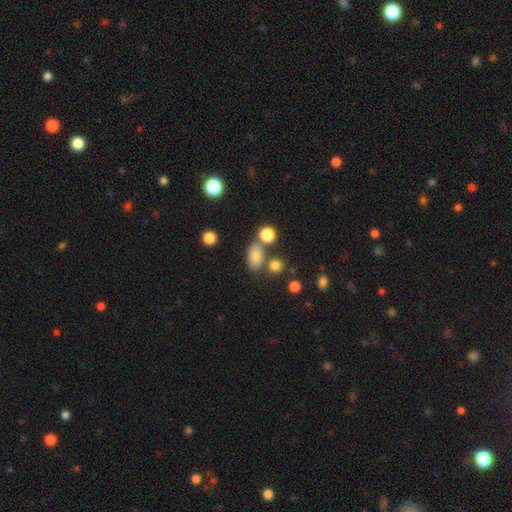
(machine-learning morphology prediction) Q: Smooth or featured?
A: smooth (76%); runner-up: star or artifact (13%)
Q: How rounded?
A: in between (81%); runner-up: round (17%)
Q: Merging?
A: none (65%); runner-up: merger (15%)